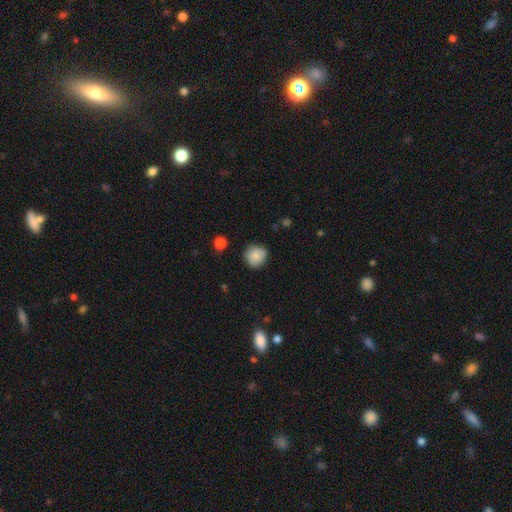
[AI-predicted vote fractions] Smooth or featured? Predicted: smooth (p=0.85). How rounded? Predicted: round (p=0.88). Merging? Predicted: none (p=0.81).